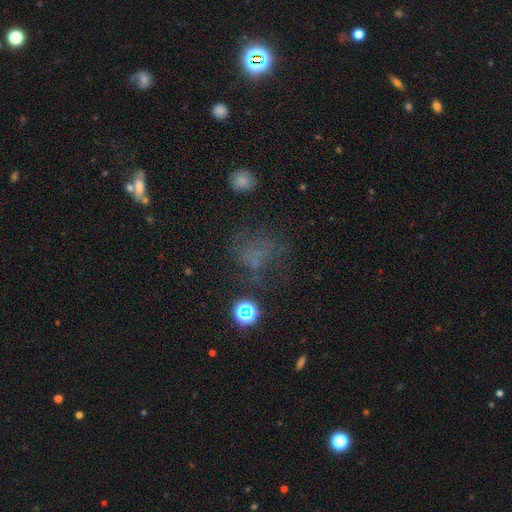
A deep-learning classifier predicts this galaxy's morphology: A smooth galaxy with no disk features (41%).

Vote fractions:
- Smooth or featured? smooth: 41% / star or artifact: 34% / featured or disk: 26%
- Merging? none: 51% / major disturbance: 24% / minor disturbance: 19% / merger: 5%